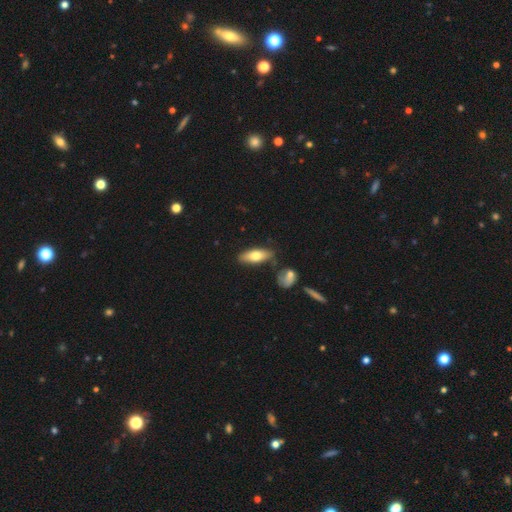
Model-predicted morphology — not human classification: type=smooth (69%); roundness=in between (67%); merging=none (73%).